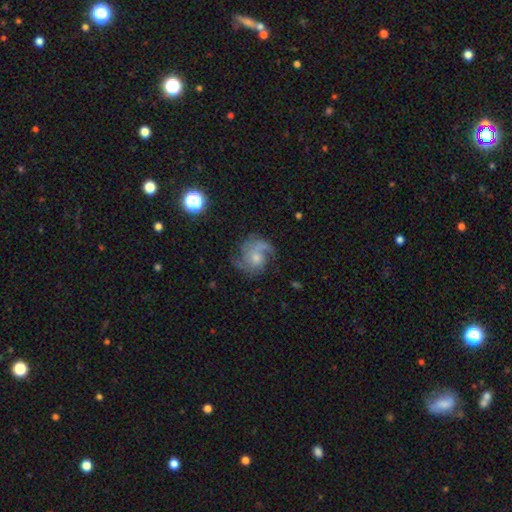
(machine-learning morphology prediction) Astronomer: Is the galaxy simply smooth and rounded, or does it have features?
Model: featured or disk — 76%.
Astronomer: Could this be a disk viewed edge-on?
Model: no — 98%.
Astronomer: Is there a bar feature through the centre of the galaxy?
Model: no — 73%.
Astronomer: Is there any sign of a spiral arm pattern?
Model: yes — 93%.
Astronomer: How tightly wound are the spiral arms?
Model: medium — 48% (runner-up: loose, 31%).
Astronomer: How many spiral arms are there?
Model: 2 — 48%.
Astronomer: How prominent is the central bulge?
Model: moderate — 43%, tied with small at 43%.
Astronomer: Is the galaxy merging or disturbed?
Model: none — 60%.